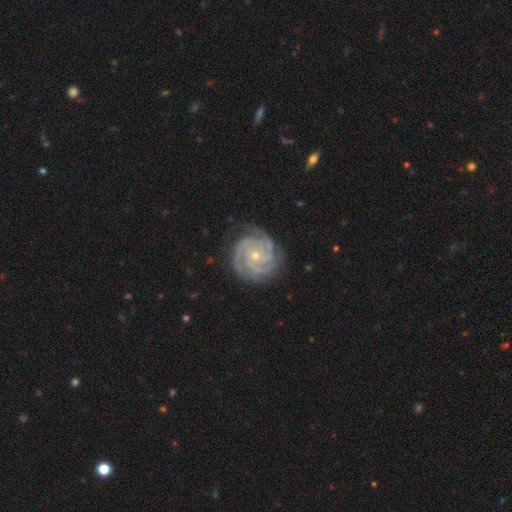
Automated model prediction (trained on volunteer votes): Smooth or featured? featured or disk (92%)
Edge-on disk? no (98%)
Bar? no (73%)
Spiral arms? yes (99%)
Spiral winding? tight (79%)
Spiral arm count? 3 (46%)
Bulge size? small (68%)
Merging? none (80%)